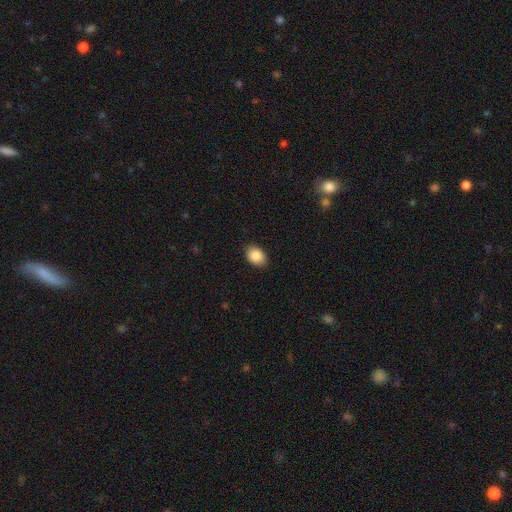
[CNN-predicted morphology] Smooth or featured? smooth (88%)
How rounded? in between (77%)
Merging? none (87%)